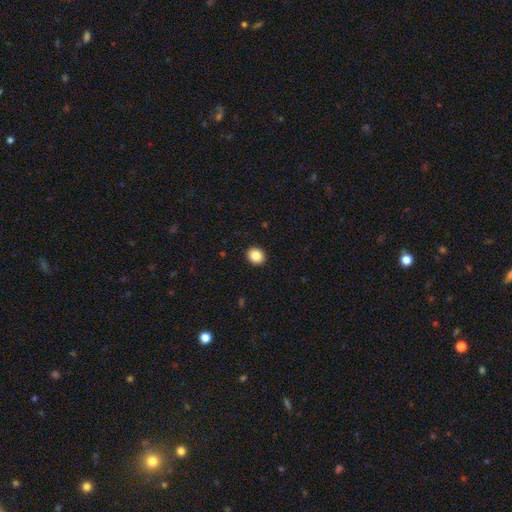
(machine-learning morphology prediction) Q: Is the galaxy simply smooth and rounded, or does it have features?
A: smooth — 86%.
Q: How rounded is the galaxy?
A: round — 73%.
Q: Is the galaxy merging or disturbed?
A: none — 92%.